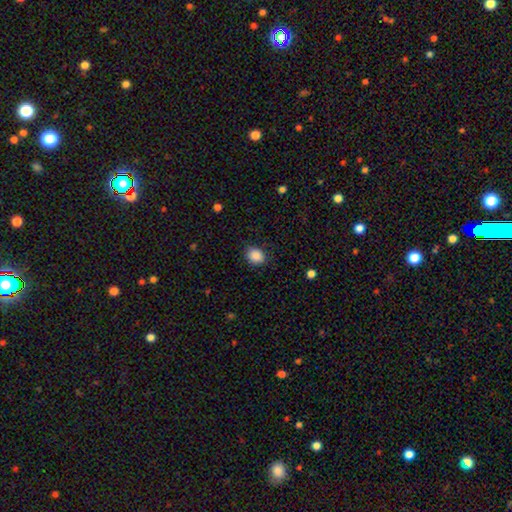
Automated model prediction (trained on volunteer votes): This is clearly a smooth galaxy (89%). How rounded: possibly in between (53%). Merging: clearly none (86%).